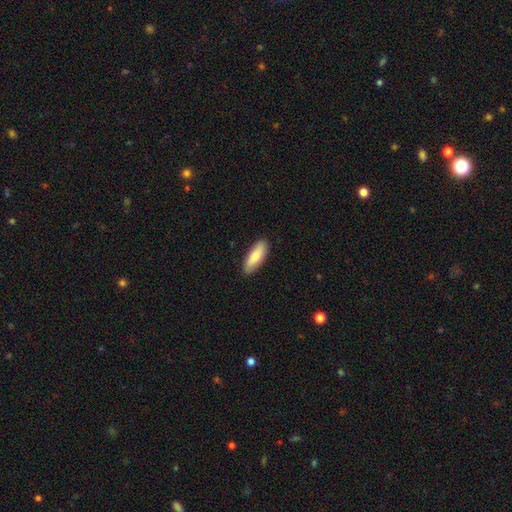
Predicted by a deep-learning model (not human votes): A smooth galaxy with no disk features (80%) that is in between round and cigar-shaped (62%). Merging: none (88%).